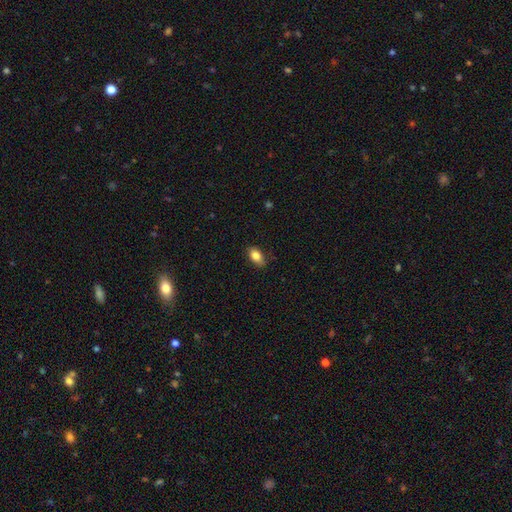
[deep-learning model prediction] Q: Smooth or featured?
A: smooth (83%); runner-up: featured or disk (9%)
Q: How rounded?
A: in between (88%); runner-up: round (7%)
Q: Merging?
A: none (82%); runner-up: minor disturbance (15%)